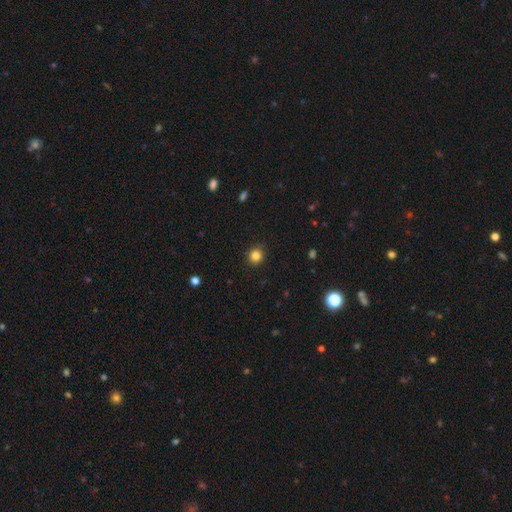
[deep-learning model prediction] This appears to be a smooth galaxy with no disk features (83%) that is round (89%). Merging: none (89%).